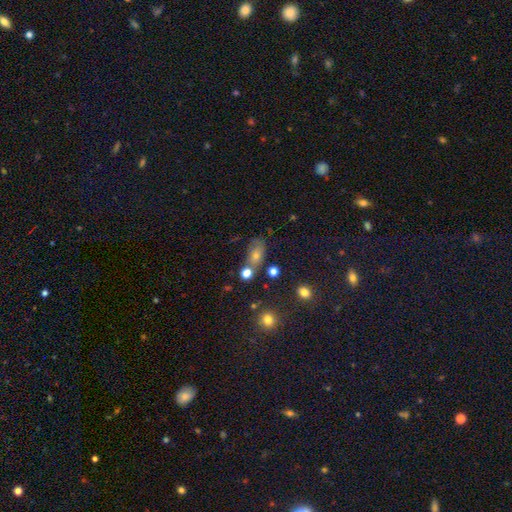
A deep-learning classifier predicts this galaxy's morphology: type=smooth (63%); roundness=in between (79%); merging=none (56%).